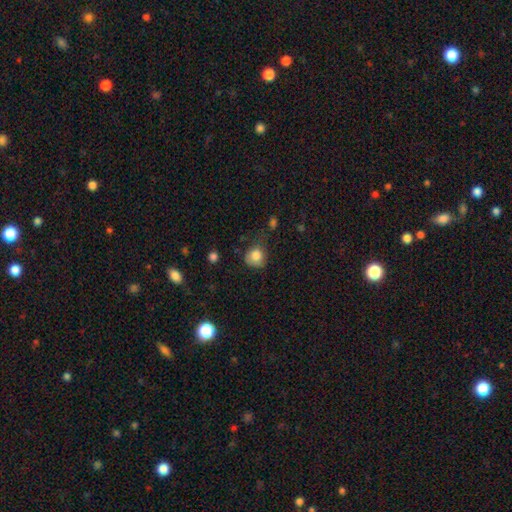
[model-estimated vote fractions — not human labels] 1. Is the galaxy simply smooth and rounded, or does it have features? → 81% smooth, 10% star or artifact, 9% featured or disk.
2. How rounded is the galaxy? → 77% round, 22% in between, 1% cigar-shaped.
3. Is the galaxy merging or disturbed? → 48% none, 33% minor disturbance, 16% major disturbance, 3% merger.